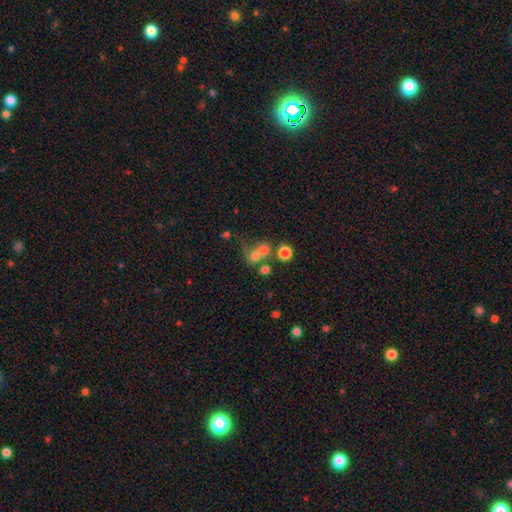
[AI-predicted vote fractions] Morphology: type=smooth (62%); roundness=round (62%); merging=merger (47%).